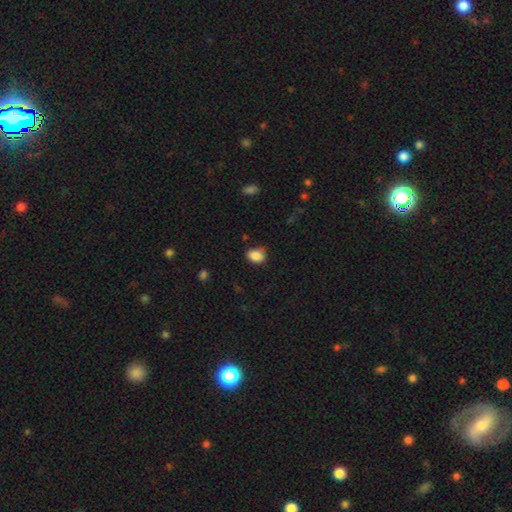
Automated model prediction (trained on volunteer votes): Smooth or featured: smooth — 87% (star or artifact — 9%)
How rounded: in between — 68% (round — 31%)
Merging: none — 73% (minor disturbance — 21%)